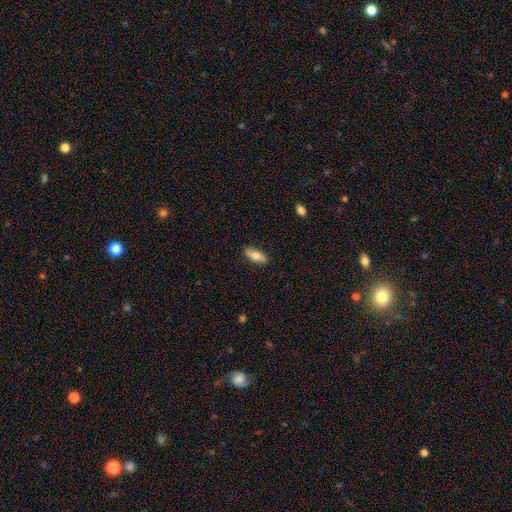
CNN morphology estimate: Smooth or featured? Predicted: smooth (p=0.73). How rounded? Predicted: in between (p=0.72). Merging? Predicted: none (p=0.86).